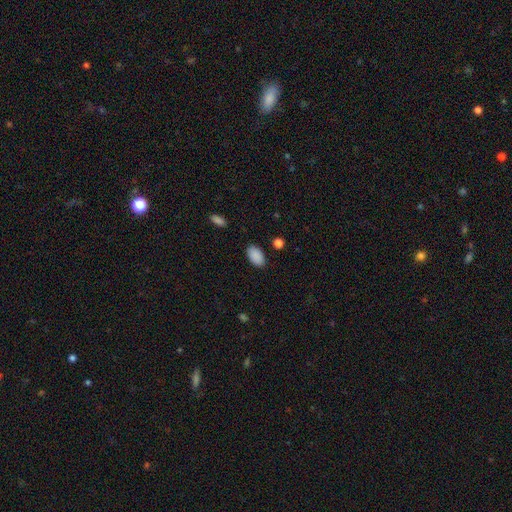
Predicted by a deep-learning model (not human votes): Morphology: type=smooth (90%); roundness=in between (94%); merging=none (87%).